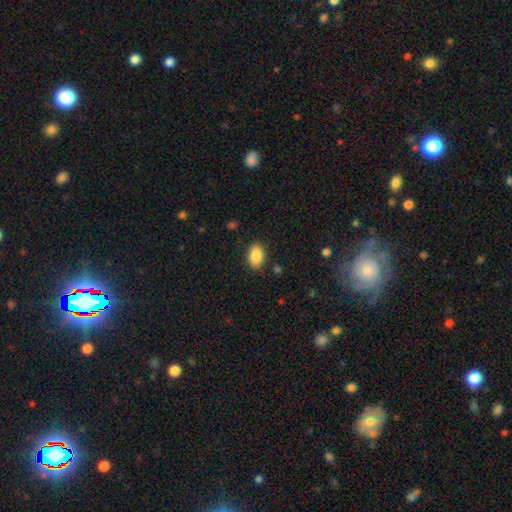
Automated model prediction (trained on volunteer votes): A smooth galaxy with no disk features (88%) that is in between round and cigar-shaped (91%). Merging: none (87%).